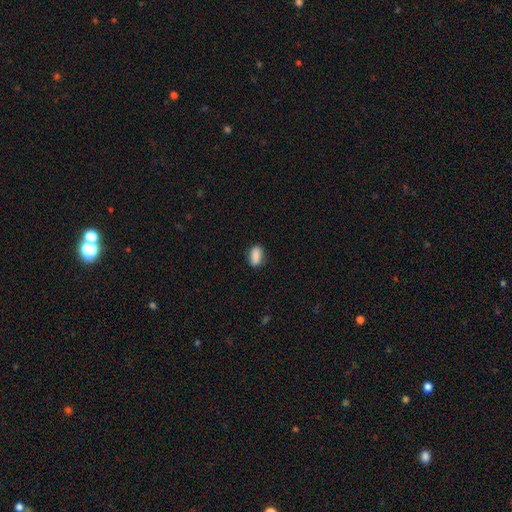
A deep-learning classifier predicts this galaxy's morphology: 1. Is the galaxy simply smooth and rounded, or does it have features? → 88% smooth, 7% star or artifact, 5% featured or disk.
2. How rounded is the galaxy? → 87% in between, 7% cigar-shaped, 6% round.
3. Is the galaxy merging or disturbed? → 83% none, 13% minor disturbance, 3% major disturbance, 1% merger.